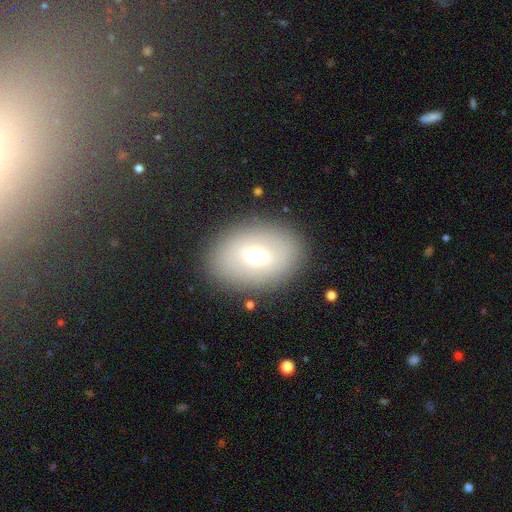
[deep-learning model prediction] Overall: smooth (62%; featured or disk 27%). How rounded: in between (76%). Merging: none (87%).